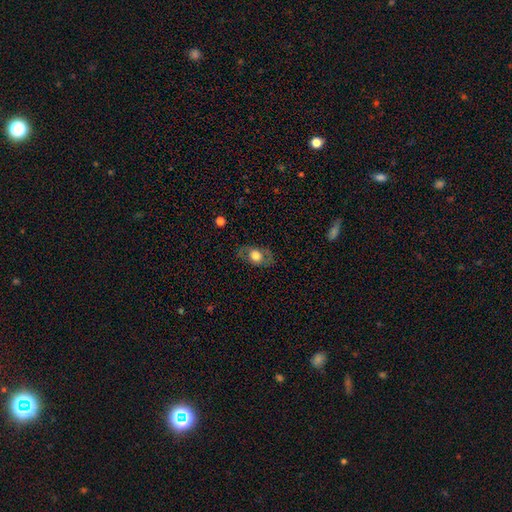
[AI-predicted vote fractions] The model was most divided on "smooth or featured": smooth: 54%, featured or disk: 39%, star or artifact: 8%. More confident: merging — none (76%); how rounded — in between (74%).